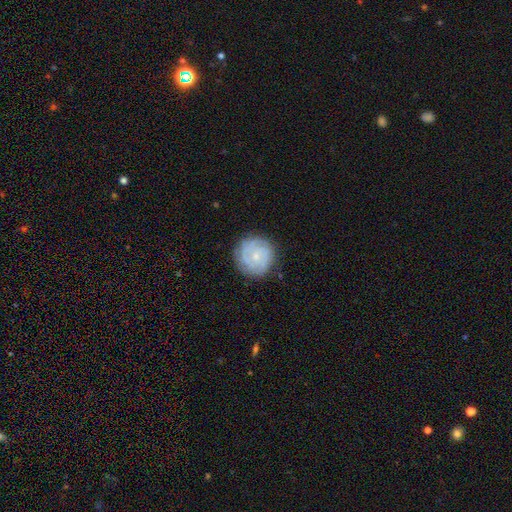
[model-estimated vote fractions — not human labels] smooth_or_featured: featured or disk (p=0.75) [alt: smooth p=0.19]
disk_edge_on: no (p=0.98) [alt: yes p=0.02]
bar: no (p=0.74) [alt: weak p=0.23]
has_spiral_arms: yes (p=0.94) [alt: no p=0.06]
spiral_winding: tight (p=0.73) [alt: medium p=0.22]
spiral_arm_count: 3 (p=0.30) [alt: can't tell p=0.26]
bulge_size: small (p=0.74) [alt: moderate p=0.19]
merging: none (p=0.83) [alt: minor disturbance p=0.12]